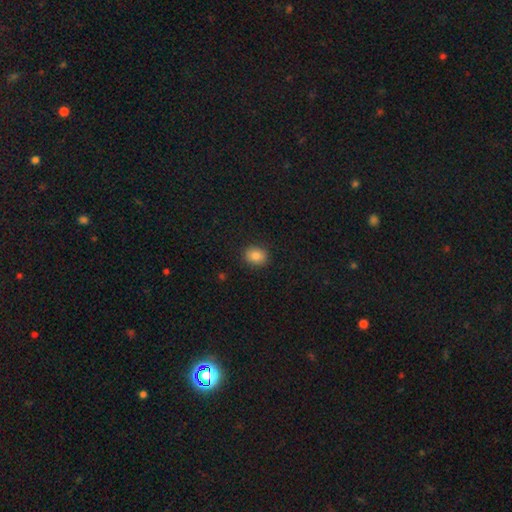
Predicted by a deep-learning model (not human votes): Smooth or featured: smooth — 85% (star or artifact — 10%)
How rounded: round — 58% (in between — 41%)
Merging: none — 89% (minor disturbance — 8%)